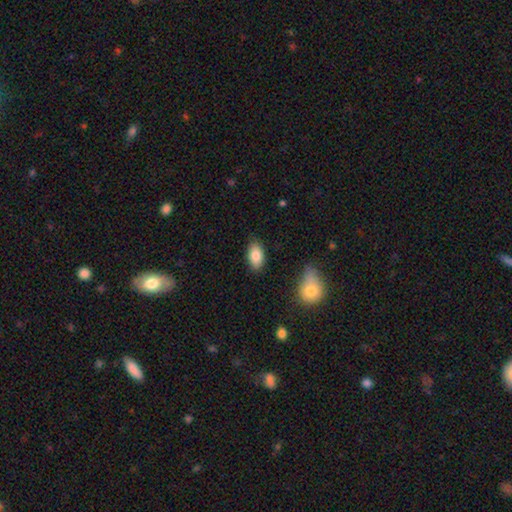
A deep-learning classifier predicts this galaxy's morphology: This appears to be a smooth galaxy with no disk features (84%) that is in between round and cigar-shaped (92%). Merging: none (83%).